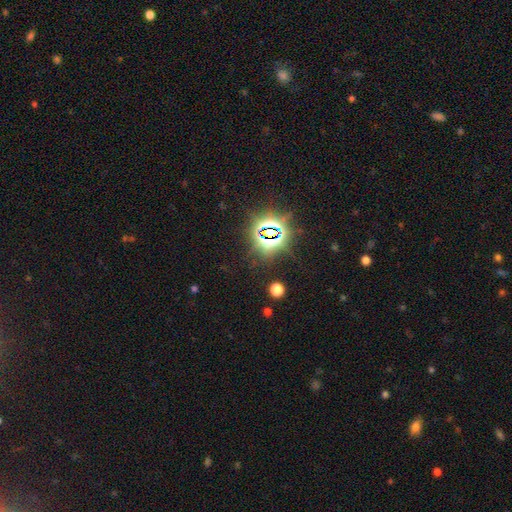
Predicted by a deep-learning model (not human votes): star or artifact 83%, smooth 10%, featured or disk 7%.